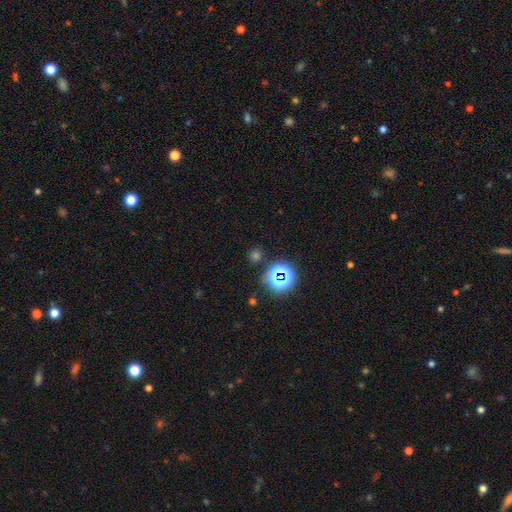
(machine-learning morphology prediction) smooth_or_featured: smooth (p=0.49) [alt: star or artifact p=0.45]
merging: none (p=0.83) [alt: minor disturbance p=0.09]